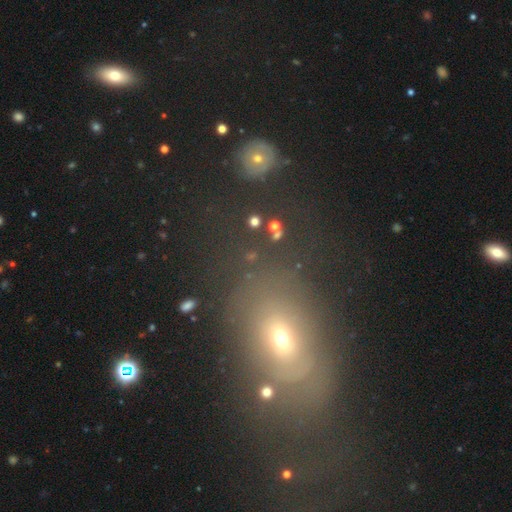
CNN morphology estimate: A smooth galaxy with no disk features (49%).

Vote fractions:
- Smooth or featured? smooth: 49% / star or artifact: 28% / featured or disk: 23%
- Merging? none: 65% / minor disturbance: 15% / major disturbance: 13% / merger: 7%